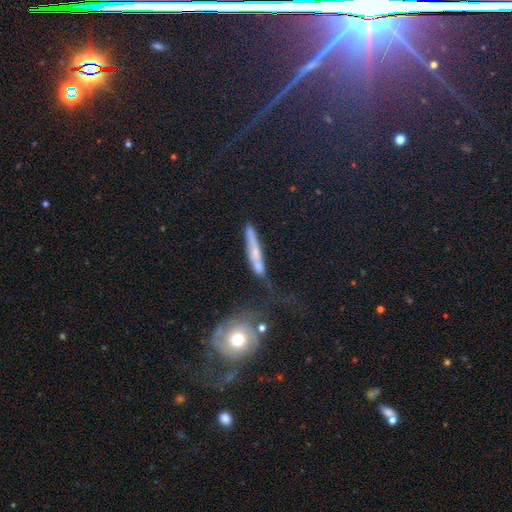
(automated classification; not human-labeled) This appears to be a featured or disk galaxy (42%). Merging: none (54%).